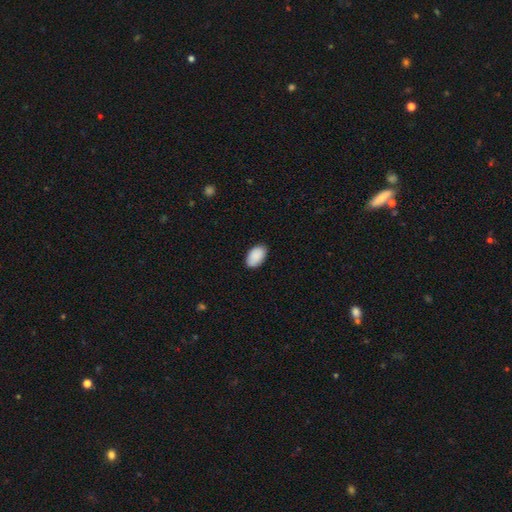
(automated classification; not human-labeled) smooth-or-featured: smooth: 91% | star or artifact: 6% | featured or disk: 3%
  how-rounded: in between: 94% | round: 5% | cigar-shaped: 1%
  merging: none: 86% | minor disturbance: 11% | major disturbance: 2% | merger: 1%